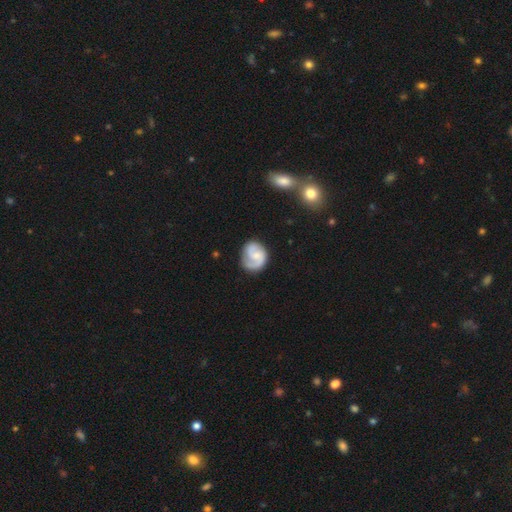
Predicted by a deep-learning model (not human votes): Smooth or featured? featured or disk (74%)
Edge-on disk? no (98%)
Bar? no (58%)
Spiral arms? yes (94%)
Spiral winding? medium (43%)
Spiral arm count? 2 (62%)
Bulge size? small (49%)
Merging? none (69%)